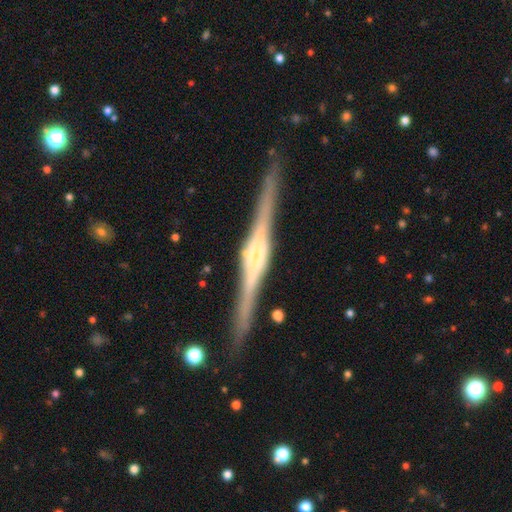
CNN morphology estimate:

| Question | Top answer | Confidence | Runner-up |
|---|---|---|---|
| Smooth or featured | featured or disk | 87% | smooth (8%) |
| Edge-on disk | yes | 98% | no (2%) |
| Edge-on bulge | rounded | 49% | boxy (45%) |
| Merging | none | 89% | minor disturbance (8%) |